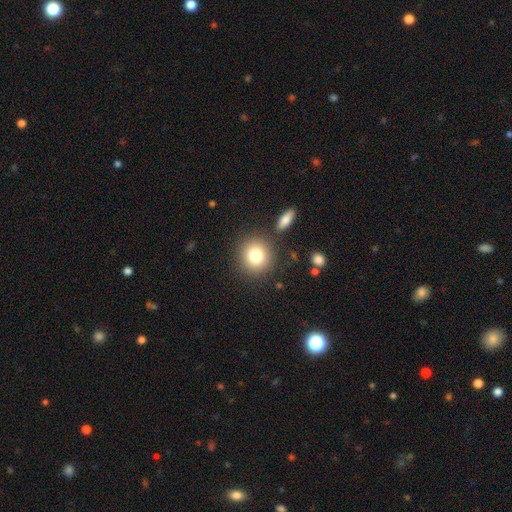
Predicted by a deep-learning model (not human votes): smooth_or_featured: smooth (p=0.79) [alt: star or artifact p=0.11]
how_rounded: round (p=0.90) [alt: in between p=0.09]
merging: none (p=0.84) [alt: minor disturbance p=0.07]